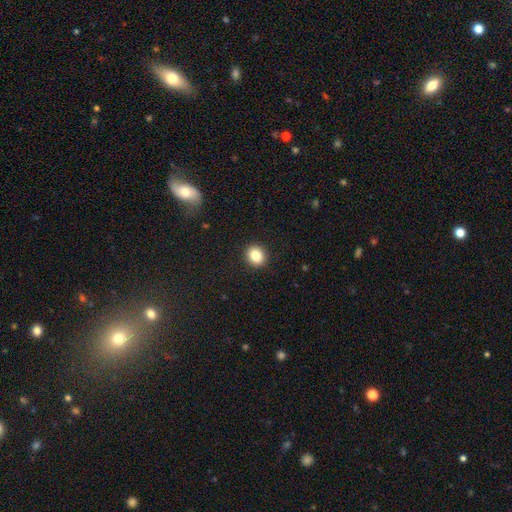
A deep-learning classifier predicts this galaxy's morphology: This appears to be a smooth galaxy with no disk features (83%) that is round (78%). Merging: none (92%).